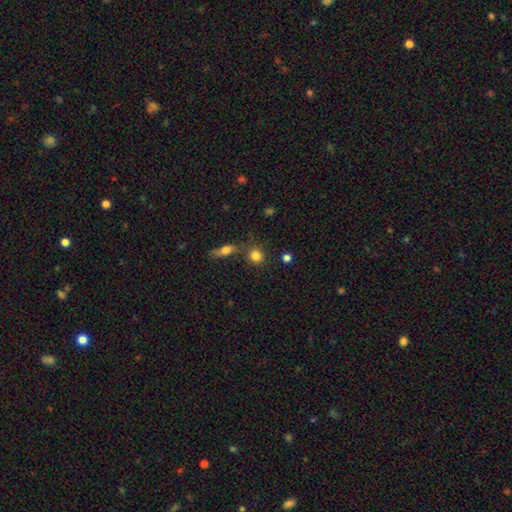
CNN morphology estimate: The model was most divided on "merging": none: 71%, merger: 16%, minor disturbance: 9%, major disturbance: 4%. More confident: how rounded — round (87%); smooth or featured — smooth (82%).